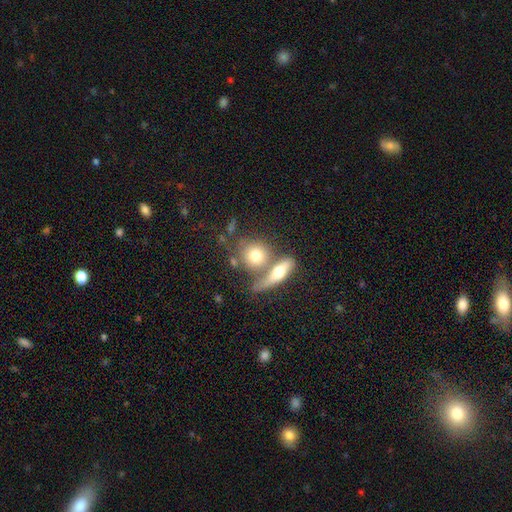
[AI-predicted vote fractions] Smooth or featured: smooth — 69% (featured or disk — 24%)
How rounded: round — 66% (in between — 26%)
Merging: merger — 43% (none — 41%)